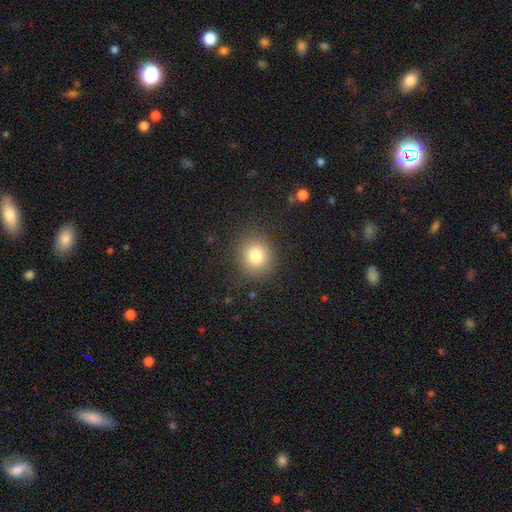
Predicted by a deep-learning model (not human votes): This is clearly a smooth galaxy (80%). How rounded: clearly round (86%). Merging: clearly none (88%).